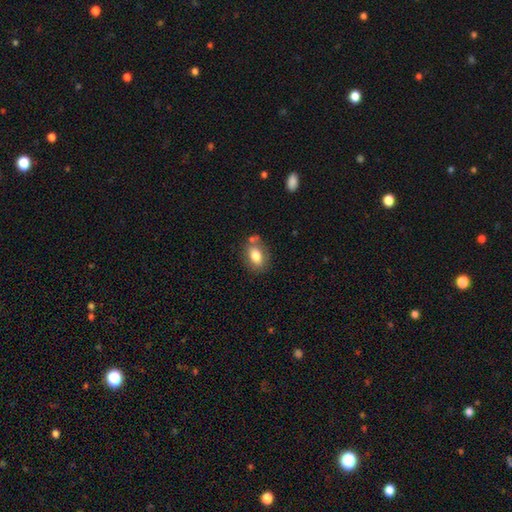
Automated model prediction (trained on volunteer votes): Morphology: type=smooth (79%); roundness=in between (80%); merging=none (66%).